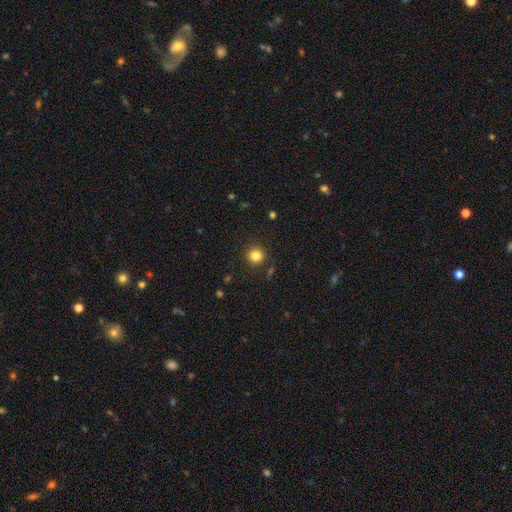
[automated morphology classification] Smooth or featured?
  - smooth: 82% *
  - star or artifact: 12%
  - featured or disk: 5%
How rounded?
  - round: 93% *
  - in between: 6%
  - cigar-shaped: 1%
Merging?
  - none: 90% *
  - minor disturbance: 6%
  - major disturbance: 2%
  - merger: 2%